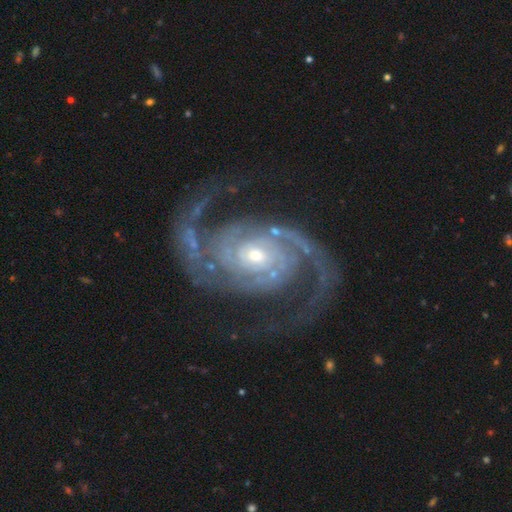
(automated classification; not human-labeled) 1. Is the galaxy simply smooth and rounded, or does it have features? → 94% featured or disk, 4% star or artifact, 2% smooth.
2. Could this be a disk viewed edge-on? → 98% no, 2% yes.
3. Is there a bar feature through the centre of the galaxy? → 60% no, 27% weak, 13% strong.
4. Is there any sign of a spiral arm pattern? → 99% yes, 1% no.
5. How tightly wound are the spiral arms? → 52% medium, 37% tight, 11% loose.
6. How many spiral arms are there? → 90% 2, 3% 3, 2% can't tell, 2% 4, 2% 1, 2% more than 4.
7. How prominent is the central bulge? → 54% small, 41% moderate, 3% large, 1% none, 1% dominant.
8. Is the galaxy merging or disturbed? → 78% none, 13% minor disturbance, 8% major disturbance, 2% merger.